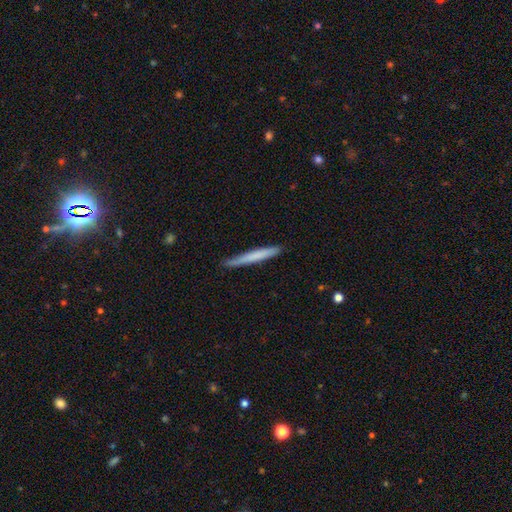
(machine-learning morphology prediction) This is likely a smooth galaxy (67%). How rounded: clearly cigar-shaped (96%). Merging: clearly none (84%).